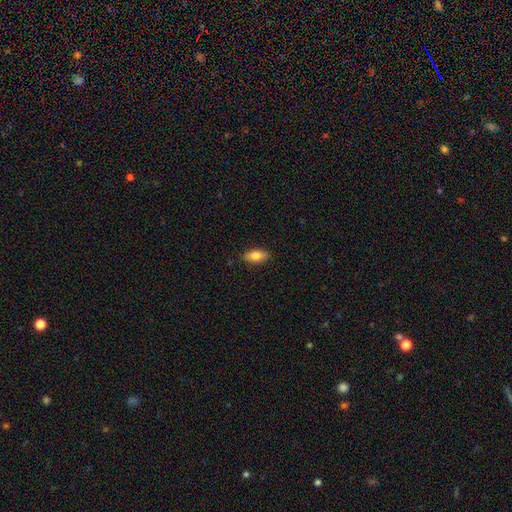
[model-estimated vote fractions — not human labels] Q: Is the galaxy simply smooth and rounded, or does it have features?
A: smooth — 81%.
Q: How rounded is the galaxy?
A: in between — 87%.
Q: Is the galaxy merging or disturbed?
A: none — 87%.